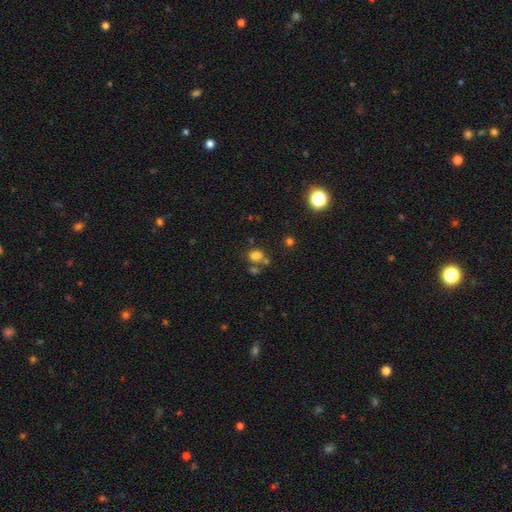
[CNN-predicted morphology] Smooth or featured? Predicted: smooth (p=0.76). How rounded? Predicted: round (p=0.59). Merging? Predicted: none (p=0.57).